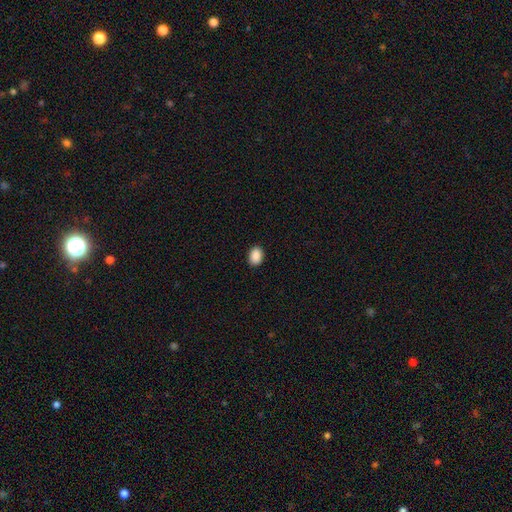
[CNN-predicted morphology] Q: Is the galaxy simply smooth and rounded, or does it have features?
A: smooth — 90%.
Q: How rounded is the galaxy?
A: in between — 76%.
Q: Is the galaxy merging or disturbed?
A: none — 90%.